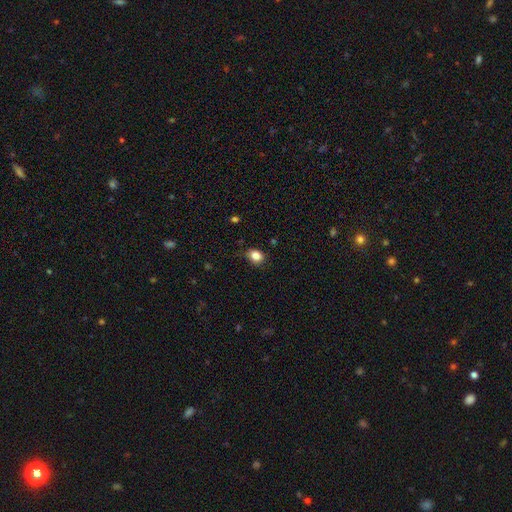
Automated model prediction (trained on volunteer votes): smooth-or-featured: smooth: 85% | star or artifact: 10% | featured or disk: 5%
  how-rounded: in between: 55% | round: 44% | cigar-shaped: 1%
  merging: none: 78% | minor disturbance: 18% | major disturbance: 3% | merger: 1%